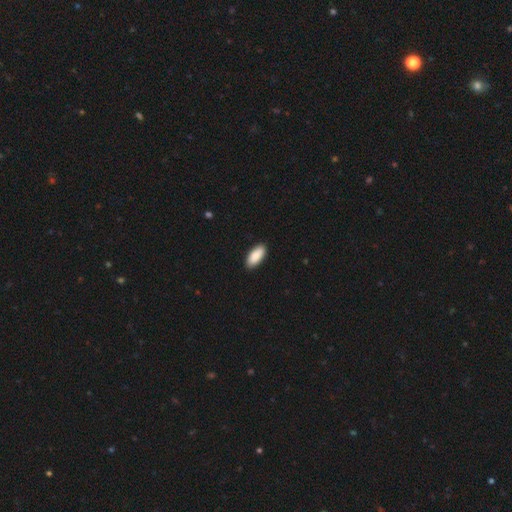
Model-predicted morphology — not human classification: smooth-or-featured: smooth: 91% | star or artifact: 5% | featured or disk: 4%
  how-rounded: in between: 86% | cigar-shaped: 12% | round: 2%
  merging: none: 90% | minor disturbance: 7% | major disturbance: 2% | merger: 1%